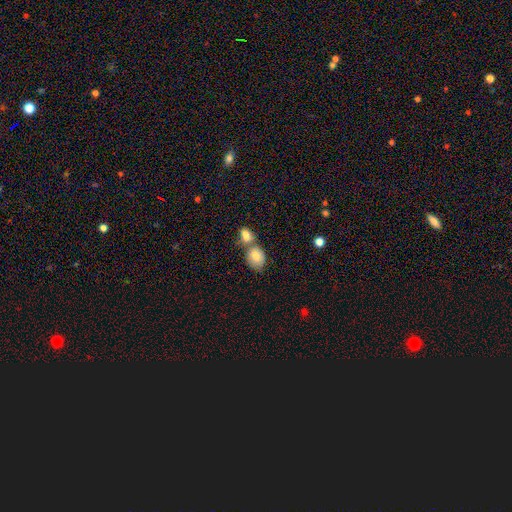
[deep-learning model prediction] This appears to be a smooth galaxy with no disk features (79%) that is in between round and cigar-shaped (61%). Merging: merger (53%).